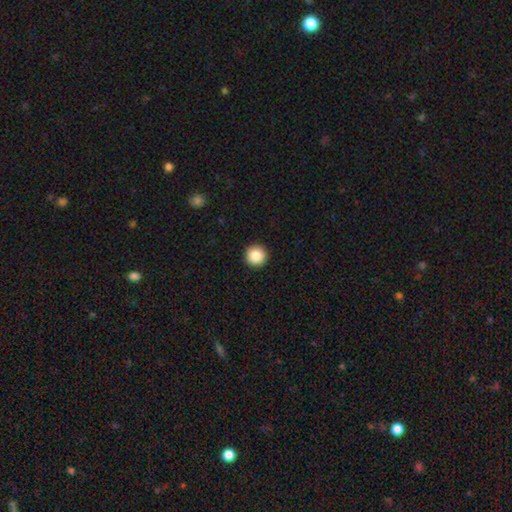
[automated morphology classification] A smooth galaxy with no disk features (87%) that is round (97%). Merging: none (94%).